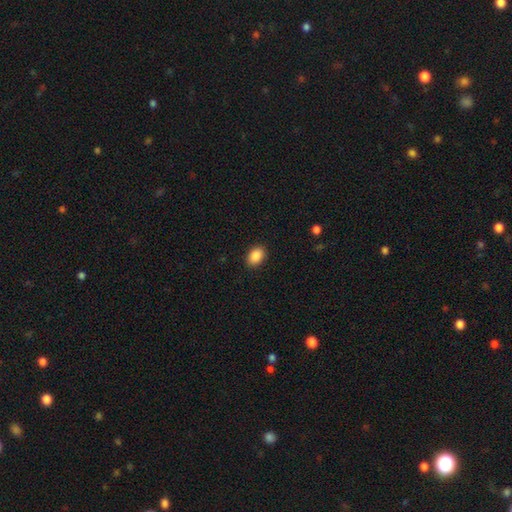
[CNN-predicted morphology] A smooth galaxy with no disk features (89%) that is in between round and cigar-shaped (81%). Merging: none (89%).